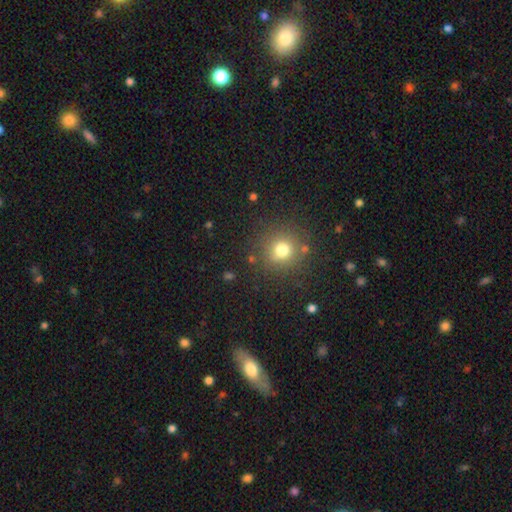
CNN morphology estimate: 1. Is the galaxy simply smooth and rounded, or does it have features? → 60% smooth, 30% star or artifact, 10% featured or disk.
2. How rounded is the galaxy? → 91% round, 7% in between, 2% cigar-shaped.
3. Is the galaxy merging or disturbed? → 89% none, 7% minor disturbance, 2% major disturbance, 2% merger.